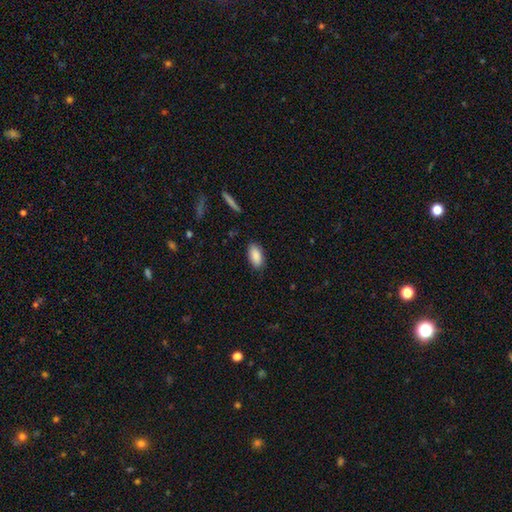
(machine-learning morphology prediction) This is clearly a smooth galaxy (89%). How rounded: clearly in between (93%). Merging: clearly none (85%).